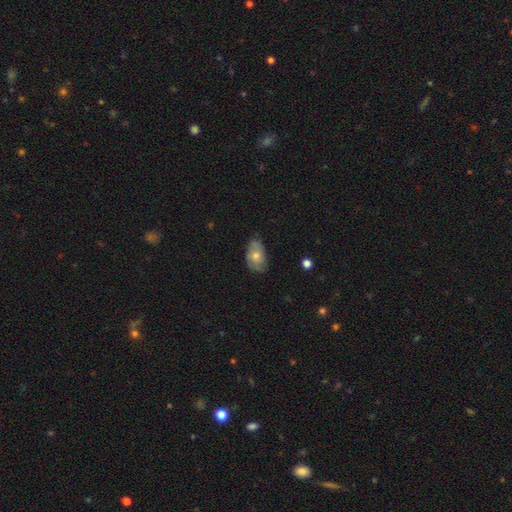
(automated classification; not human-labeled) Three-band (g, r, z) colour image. It shows a featured or disk galaxy (48%). Merging: none (67%).